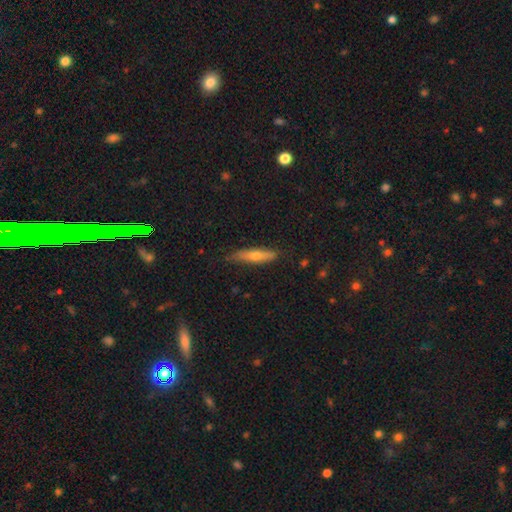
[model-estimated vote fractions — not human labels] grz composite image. It shows a smooth galaxy with no disk features (52%) that is cigar-shaped (82%). Merging: none (82%).